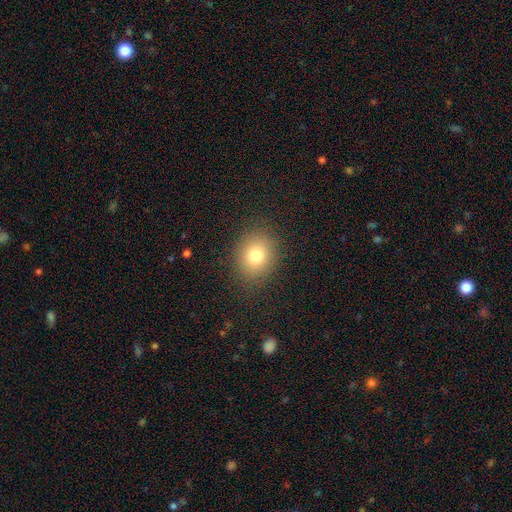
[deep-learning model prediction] Smooth or featured? smooth (77%)
How rounded? round (63%)
Merging? none (87%)